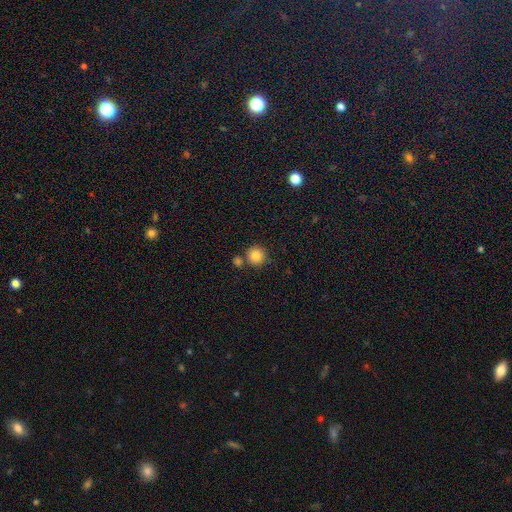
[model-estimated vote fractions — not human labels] This is clearly a smooth galaxy (85%). How rounded: clearly round (94%). Merging: likely none (73%).